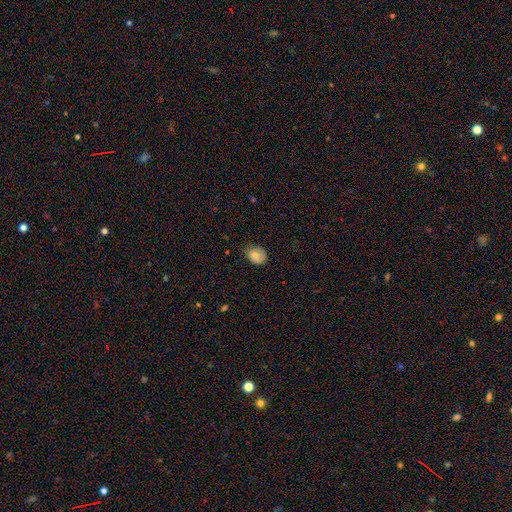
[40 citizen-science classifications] Overall: smooth (80%). How rounded: in between (59%; round 41%). Merging: none (63%; minor disturbance 26%).